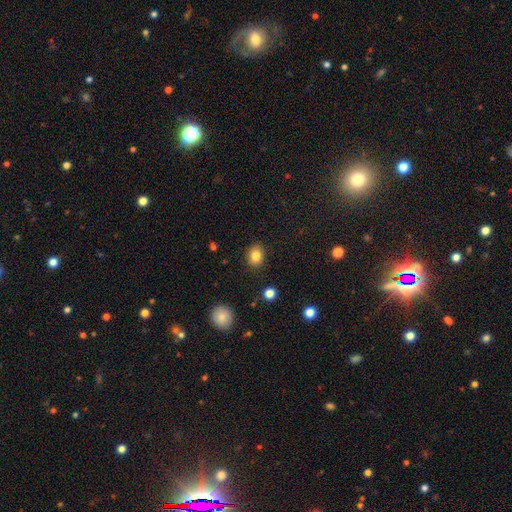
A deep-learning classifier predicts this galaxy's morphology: A smooth galaxy with no disk features (83%) that is in between round and cigar-shaped (50%).

Vote fractions:
- Smooth or featured? smooth: 83% / star or artifact: 10% / featured or disk: 7%
- How rounded? in between: 50% / round: 49% / cigar-shaped: 1%
- Merging? none: 88% / minor disturbance: 8% / major disturbance: 2% / merger: 1%